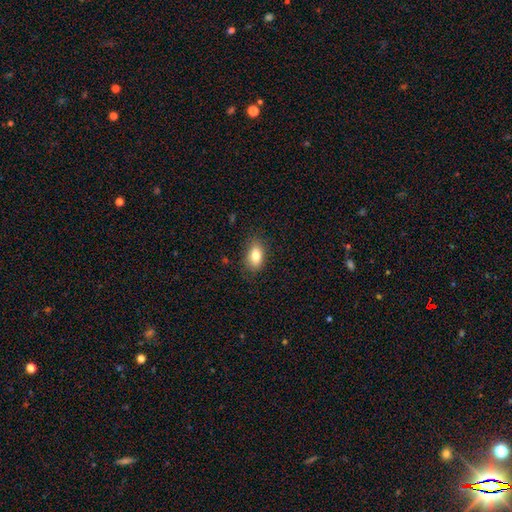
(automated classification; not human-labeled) This is clearly a smooth galaxy (81%). How rounded: clearly in between (87%). Merging: clearly none (83%).